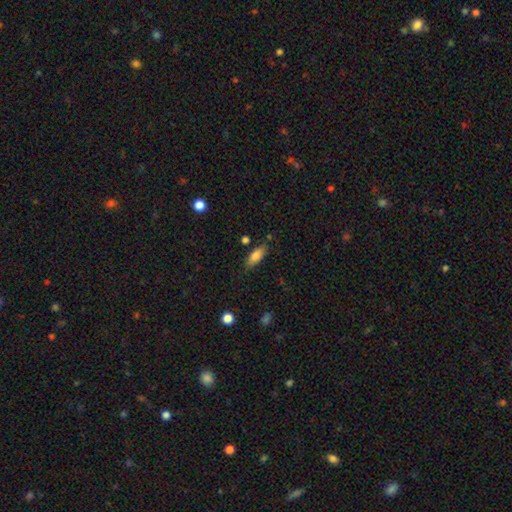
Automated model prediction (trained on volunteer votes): Overall: smooth (81%). How rounded: in between (74%). Merging: none (78%).